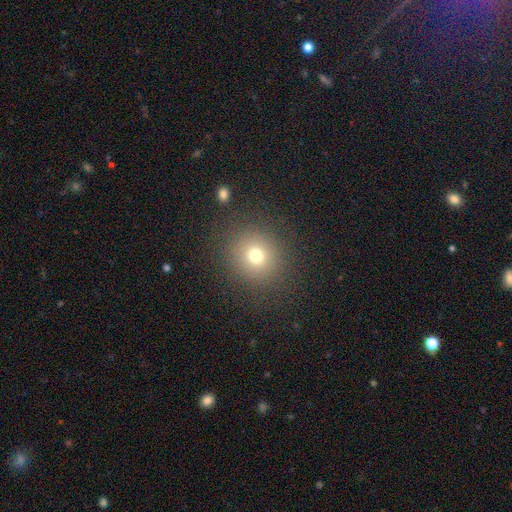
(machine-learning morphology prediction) smooth_or_featured: smooth (p=0.72) [alt: star or artifact p=0.17]
how_rounded: round (p=0.89) [alt: in between p=0.10]
merging: none (p=0.86) [alt: minor disturbance p=0.08]